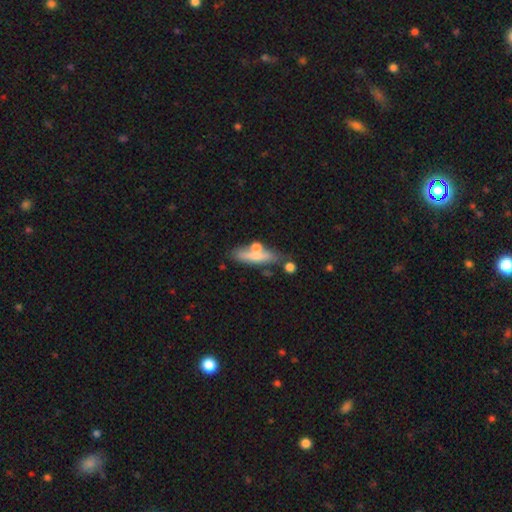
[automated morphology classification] A smooth galaxy with no disk features (60%) that is cigar-shaped (66%). Merging: none (60%).